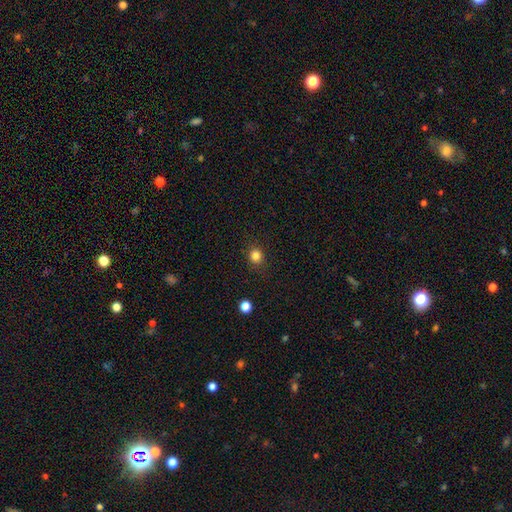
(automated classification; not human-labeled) Smooth or featured: smooth — 83% (star or artifact — 13%)
How rounded: round — 81% (in between — 18%)
Merging: none — 87% (minor disturbance — 9%)